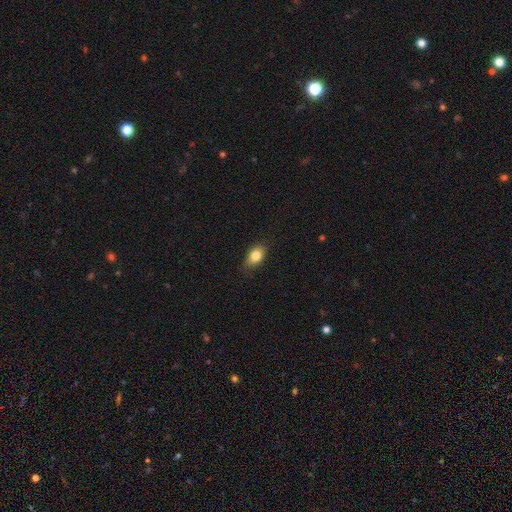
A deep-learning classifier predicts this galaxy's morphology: smooth-or-featured: smooth: 82% | featured or disk: 10% | star or artifact: 8%
  how-rounded: in between: 84% | round: 12% | cigar-shaped: 3%
  merging: none: 80% | minor disturbance: 16% | major disturbance: 3% | merger: 1%